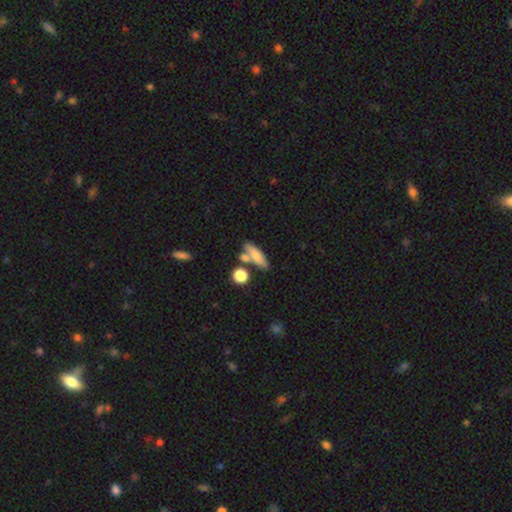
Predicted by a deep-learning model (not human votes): smooth-or-featured: smooth: 73% | featured or disk: 19% | star or artifact: 9%
  how-rounded: in between: 54% | cigar-shaped: 39% | round: 7%
  merging: none: 59% | merger: 20% | minor disturbance: 15% | major disturbance: 5%